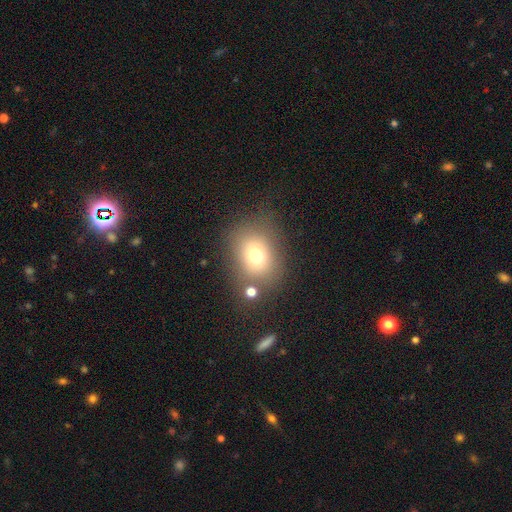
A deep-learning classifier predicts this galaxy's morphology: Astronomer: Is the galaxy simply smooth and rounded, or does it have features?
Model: smooth — 72%.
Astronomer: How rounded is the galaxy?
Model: round — 53% (runner-up: in between, 46%).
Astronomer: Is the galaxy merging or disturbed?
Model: none — 67%.